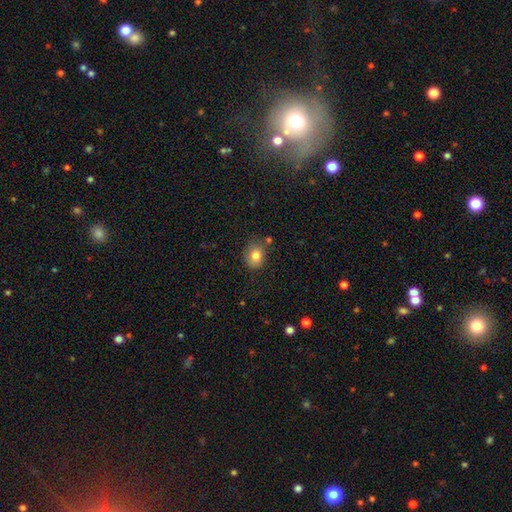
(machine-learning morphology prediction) A smooth galaxy with no disk features (82%) that is round (51%).

Vote fractions:
- Smooth or featured? smooth: 82% / star or artifact: 9% / featured or disk: 9%
- How rounded? round: 51% / in between: 48% / cigar-shaped: 1%
- Merging? none: 69% / minor disturbance: 20% / merger: 6% / major disturbance: 5%